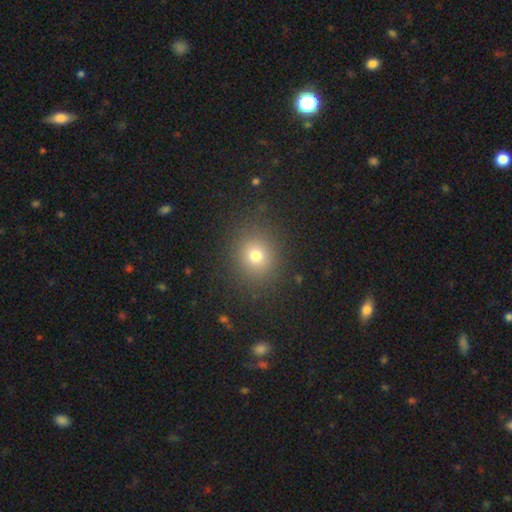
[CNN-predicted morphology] Smooth or featured? Predicted: smooth (p=0.75). How rounded? Predicted: round (p=0.80). Merging? Predicted: none (p=0.88).